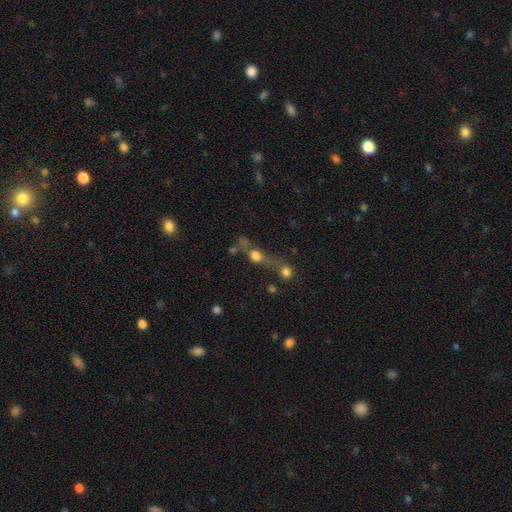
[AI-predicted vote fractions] smooth_or_featured: smooth (p=0.60) [alt: featured or disk p=0.21]
how_rounded: round (p=0.67) [alt: in between p=0.24]
merging: merger (p=0.44) [alt: none p=0.32]